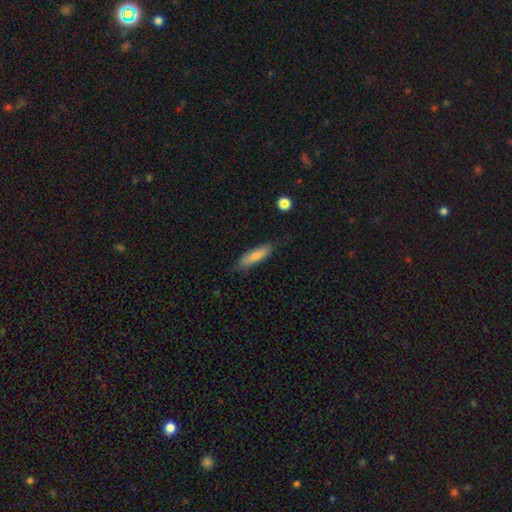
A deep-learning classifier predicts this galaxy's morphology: type=smooth (71%); roundness=cigar-shaped (71%); merging=none (80%).